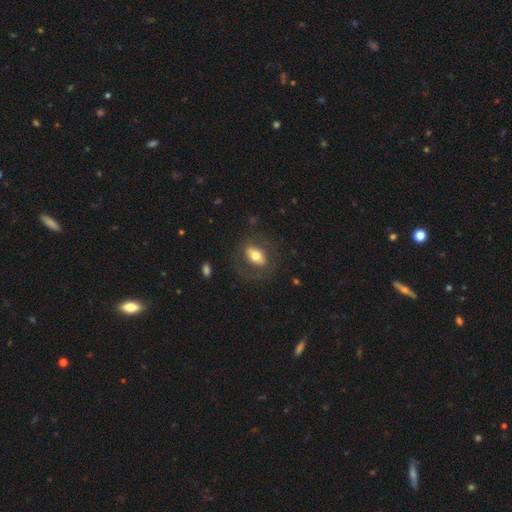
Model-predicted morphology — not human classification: A smooth galaxy with no disk features (59%) that is in between round and cigar-shaped (81%).

Vote fractions:
- Smooth or featured? smooth: 59% / featured or disk: 34% / star or artifact: 7%
- How rounded? in between: 81% / round: 17% / cigar-shaped: 3%
- Merging? none: 72% / minor disturbance: 14% / major disturbance: 12% / merger: 1%